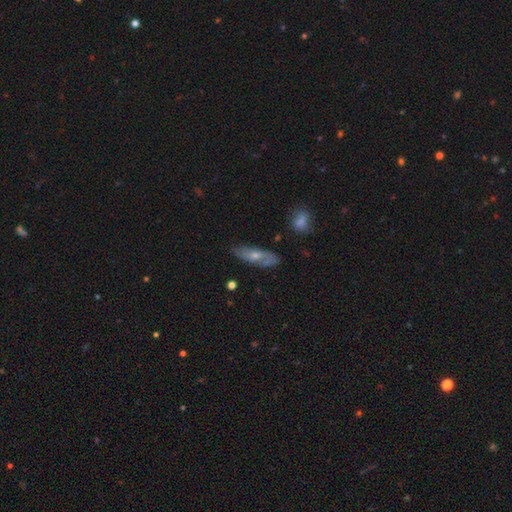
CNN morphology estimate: The model was most divided on "smooth or featured": featured or disk: 51%, smooth: 41%, star or artifact: 8%. More confident: merging — none (75%); edge-on disk — no (74%).